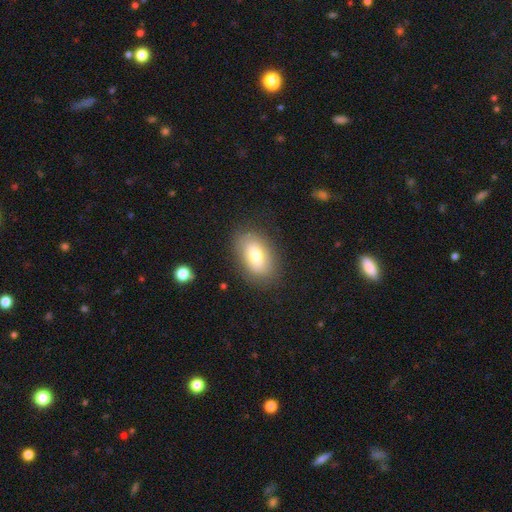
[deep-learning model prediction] This is likely a smooth galaxy (71%). How rounded: clearly in between (90%). Merging: clearly none (82%).